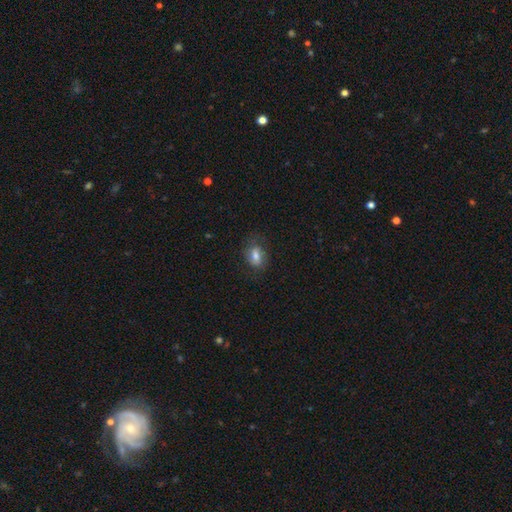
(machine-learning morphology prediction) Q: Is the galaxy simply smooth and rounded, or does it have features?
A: smooth — 70%.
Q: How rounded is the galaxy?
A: in between — 78%.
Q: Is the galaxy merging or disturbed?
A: none — 71%.